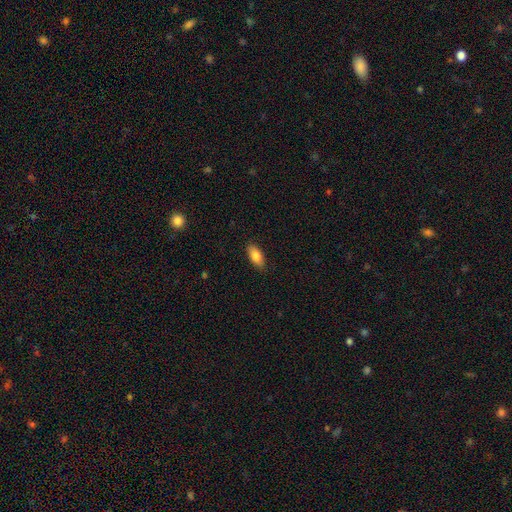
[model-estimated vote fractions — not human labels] smooth 85%, featured or disk 9%, star or artifact 7%. Down the decision tree: how rounded — in between (89%); merging — none (87%).